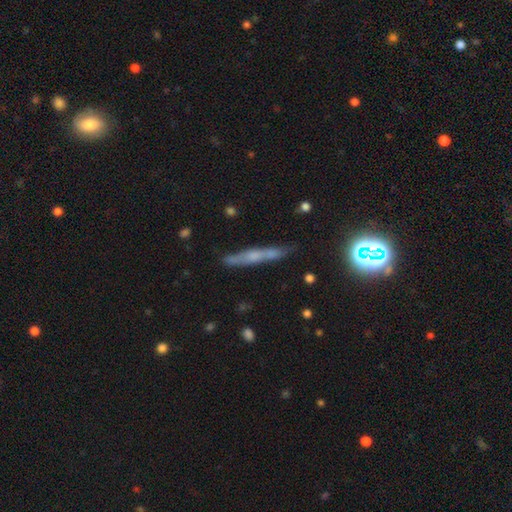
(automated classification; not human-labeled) A featured or disk galaxy (47%). Merging: none (79%).